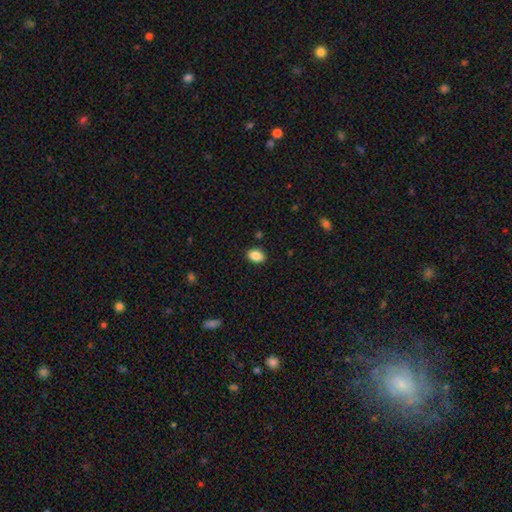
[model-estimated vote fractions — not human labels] smooth_or_featured: smooth (p=0.88) [alt: star or artifact p=0.08]
how_rounded: in between (p=0.84) [alt: round p=0.14]
merging: none (p=0.89) [alt: minor disturbance p=0.08]